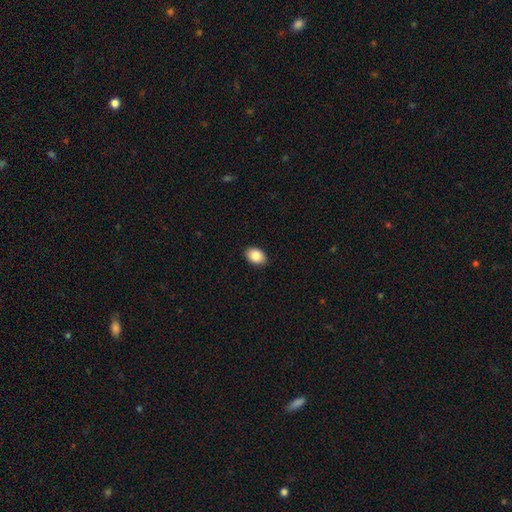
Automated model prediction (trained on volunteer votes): A smooth galaxy with no disk features (88%) that is in between round and cigar-shaped (79%). Merging: none (89%).